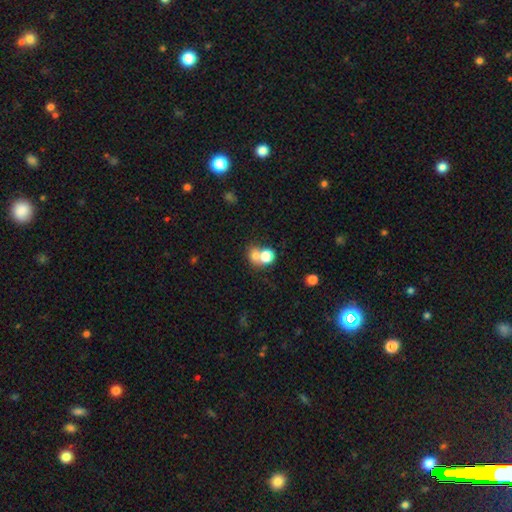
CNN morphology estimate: Q: Smooth or featured?
A: smooth (74%); runner-up: star or artifact (14%)
Q: How rounded?
A: round (66%); runner-up: in between (33%)
Q: Merging?
A: merger (55%); runner-up: none (33%)